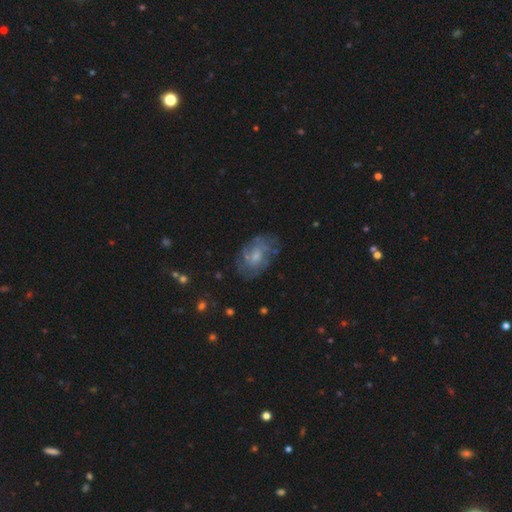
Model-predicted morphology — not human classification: Q: Smooth or featured?
A: featured or disk (59%); runner-up: smooth (32%)
Q: Edge-on disk?
A: no (96%); runner-up: yes (4%)
Q: Bar?
A: no (67%); runner-up: weak (29%)
Q: Spiral arms?
A: yes (70%); runner-up: no (30%)
Q: Bulge size?
A: small (42%); runner-up: moderate (40%)
Q: Merging?
A: none (66%); runner-up: minor disturbance (22%)